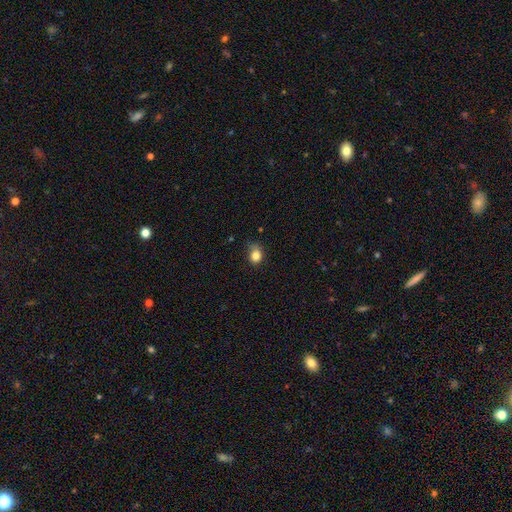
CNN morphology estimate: Smooth or featured? smooth (83%)
How rounded? round (53%)
Merging? none (56%)